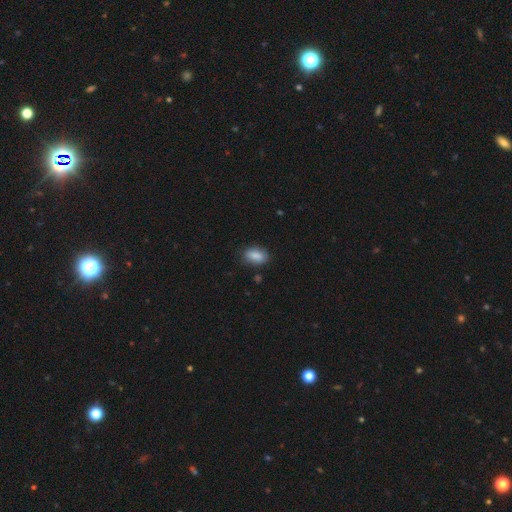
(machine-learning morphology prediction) Smooth or featured?
  - smooth: 84% *
  - featured or disk: 8%
  - star or artifact: 8%
How rounded?
  - in between: 87% *
  - round: 9%
  - cigar-shaped: 3%
Merging?
  - none: 74% *
  - minor disturbance: 20%
  - major disturbance: 4%
  - merger: 2%